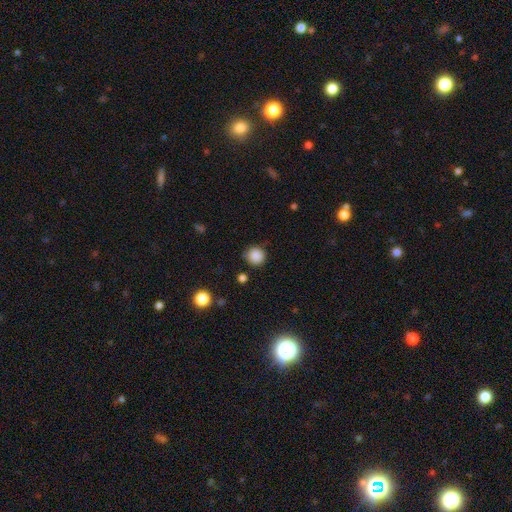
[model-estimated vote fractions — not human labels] Smooth or featured?
  - smooth: 87% *
  - star or artifact: 10%
  - featured or disk: 3%
How rounded?
  - round: 92% *
  - in between: 7%
  - cigar-shaped: 1%
Merging?
  - none: 81% *
  - minor disturbance: 13%
  - major disturbance: 3%
  - merger: 2%